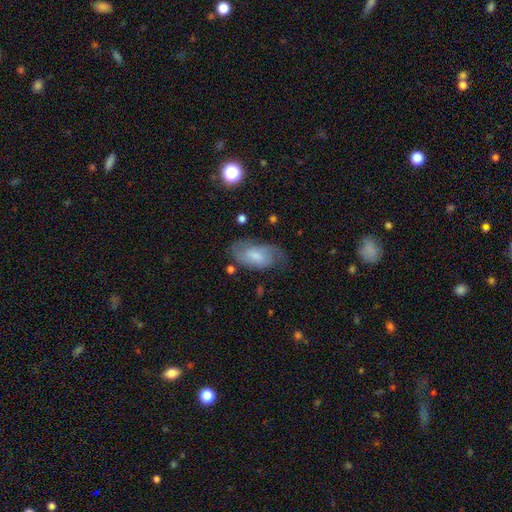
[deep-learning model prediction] Smooth or featured?
  - smooth: 47% *
  - featured or disk: 46%
  - star or artifact: 7%
Merging?
  - none: 54% *
  - minor disturbance: 28%
  - major disturbance: 16%
  - merger: 3%